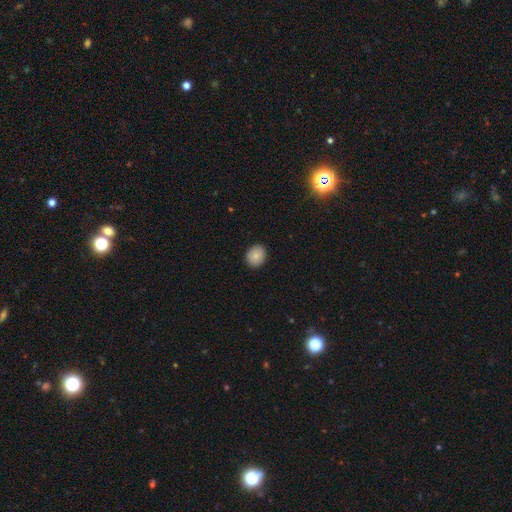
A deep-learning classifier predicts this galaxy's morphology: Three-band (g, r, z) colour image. It shows a smooth galaxy with no disk features (85%) that is round (66%). Merging: none (90%).